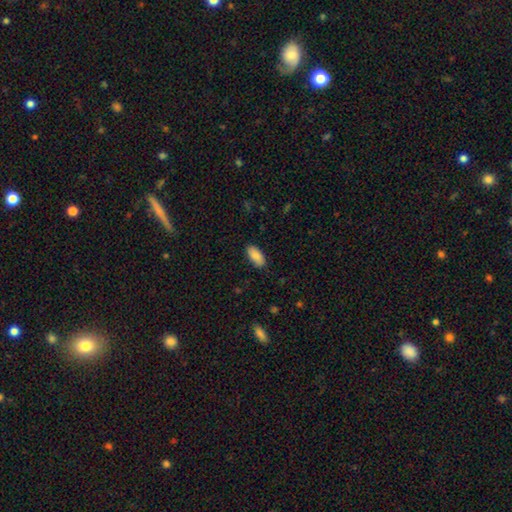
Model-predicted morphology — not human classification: A smooth galaxy with no disk features (87%) that is in between round and cigar-shaped (92%). Merging: none (87%).